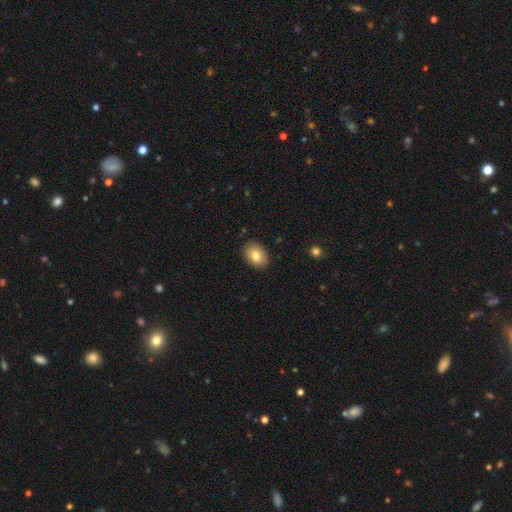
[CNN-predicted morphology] This appears to be a smooth galaxy with no disk features (82%) that is in between round and cigar-shaped (78%). Merging: none (87%).